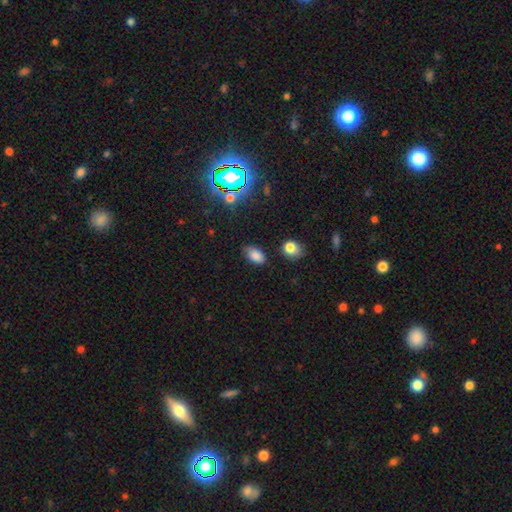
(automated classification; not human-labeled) Overall: smooth (81%). How rounded: in between (90%). Merging: none (79%).